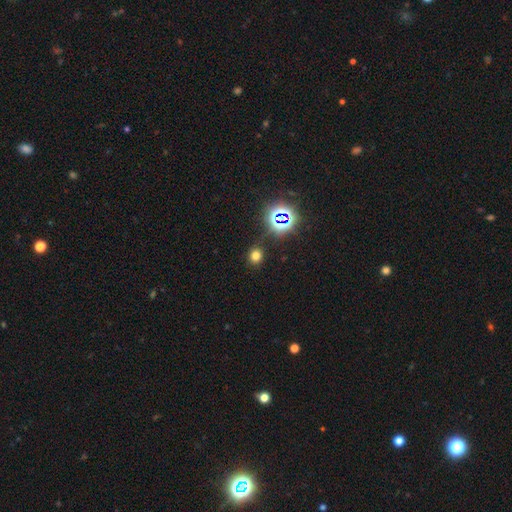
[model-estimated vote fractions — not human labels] Overall: smooth (68%). How rounded: round (80%). Merging: none (85%).